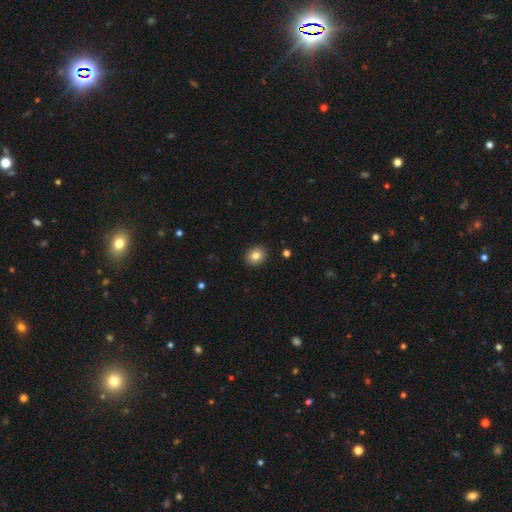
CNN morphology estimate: The model was most divided on "how rounded": round: 70%, in between: 29%, cigar-shaped: 1%. More confident: merging — none (91%); smooth or featured — smooth (83%).